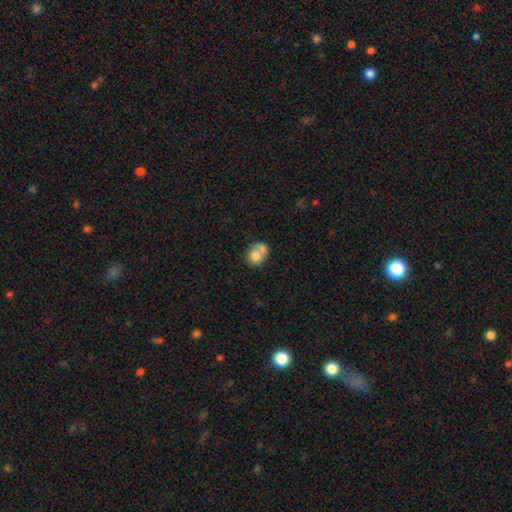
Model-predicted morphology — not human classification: Smooth or featured: smooth — 72% (featured or disk — 20%)
How rounded: round — 64% (in between — 35%)
Merging: merger — 54% (none — 29%)